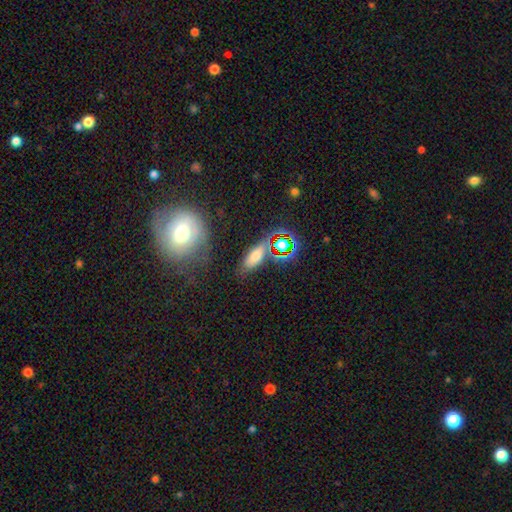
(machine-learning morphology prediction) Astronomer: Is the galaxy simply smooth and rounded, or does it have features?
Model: smooth — 61%.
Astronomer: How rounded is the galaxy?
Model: in between — 61%.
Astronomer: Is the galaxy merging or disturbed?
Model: none — 72%.